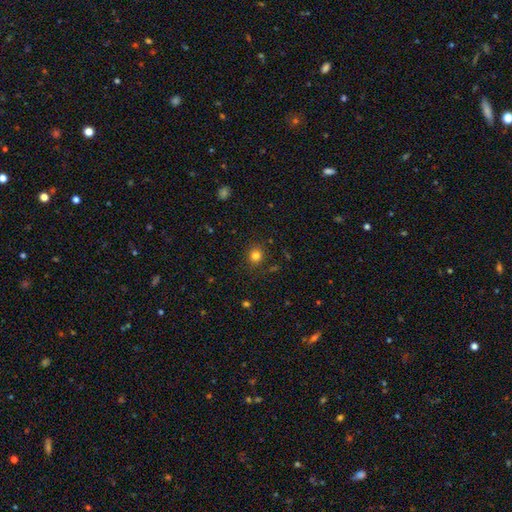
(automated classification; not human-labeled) This is clearly a smooth galaxy (81%). How rounded: clearly round (88%). Merging: clearly none (87%).